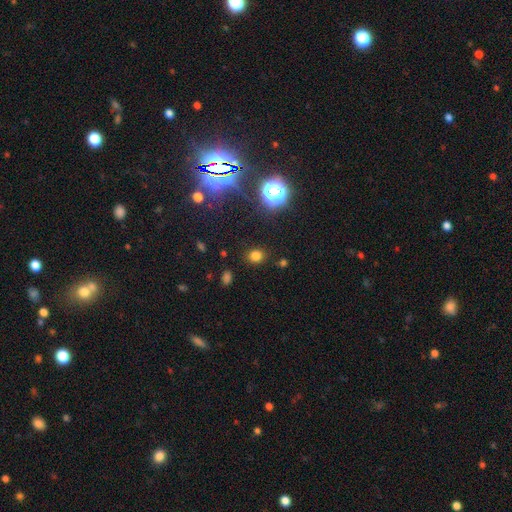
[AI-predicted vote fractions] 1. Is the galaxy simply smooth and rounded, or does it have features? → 73% smooth, 22% star or artifact, 5% featured or disk.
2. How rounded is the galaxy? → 75% round, 24% in between, 1% cigar-shaped.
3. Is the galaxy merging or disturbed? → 87% none, 8% minor disturbance, 3% major disturbance, 2% merger.